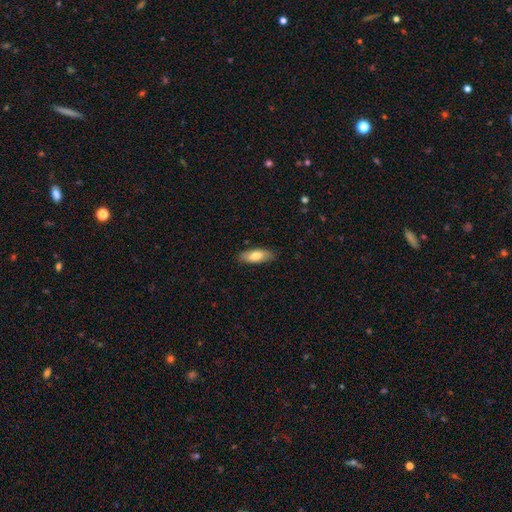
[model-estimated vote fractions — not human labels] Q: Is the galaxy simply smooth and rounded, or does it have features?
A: smooth — 78%.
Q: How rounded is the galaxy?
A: in between — 76%.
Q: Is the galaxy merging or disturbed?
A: none — 85%.